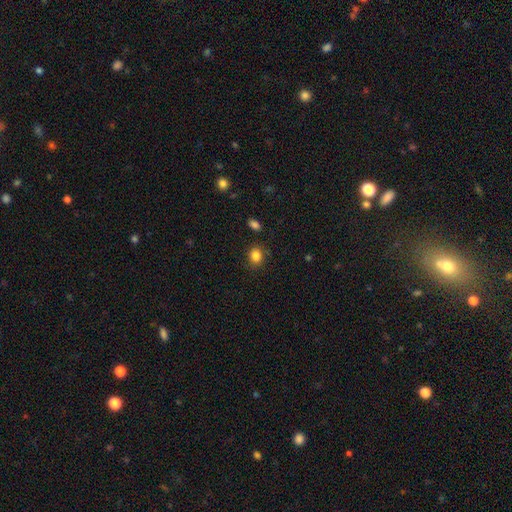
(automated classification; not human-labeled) Smooth or featured?
  - smooth: 85% *
  - star or artifact: 10%
  - featured or disk: 5%
How rounded?
  - round: 56% *
  - in between: 43%
  - cigar-shaped: 1%
Merging?
  - none: 82% *
  - minor disturbance: 12%
  - major disturbance: 3%
  - merger: 2%